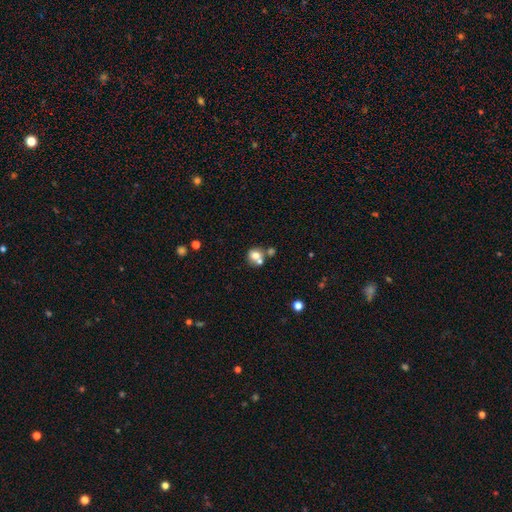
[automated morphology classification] A smooth galaxy with no disk features (72%) that is round (79%).

Vote fractions:
- Smooth or featured? smooth: 72% / featured or disk: 16% / star or artifact: 12%
- How rounded? round: 79% / in between: 20% / cigar-shaped: 1%
- Merging? none: 45% / merger: 42% / minor disturbance: 9% / major disturbance: 4%